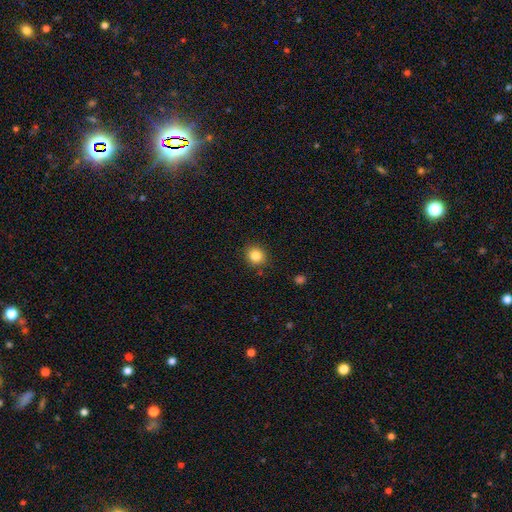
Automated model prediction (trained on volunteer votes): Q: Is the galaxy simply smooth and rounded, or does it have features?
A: smooth — 83%.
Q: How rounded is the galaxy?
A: round — 84%.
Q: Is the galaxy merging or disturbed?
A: none — 88%.